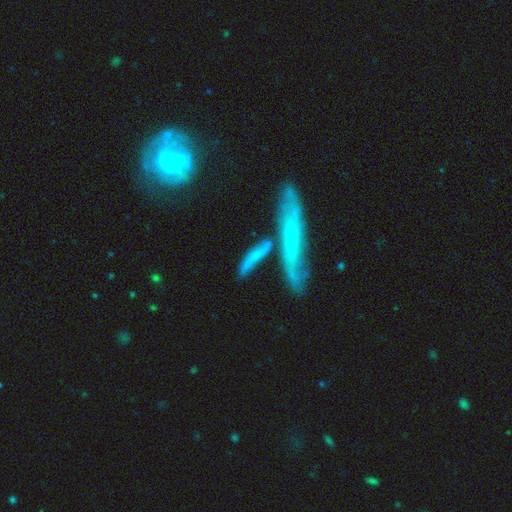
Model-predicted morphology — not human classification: This appears to be a smooth galaxy with no disk features (49%). Merging: none (54%).